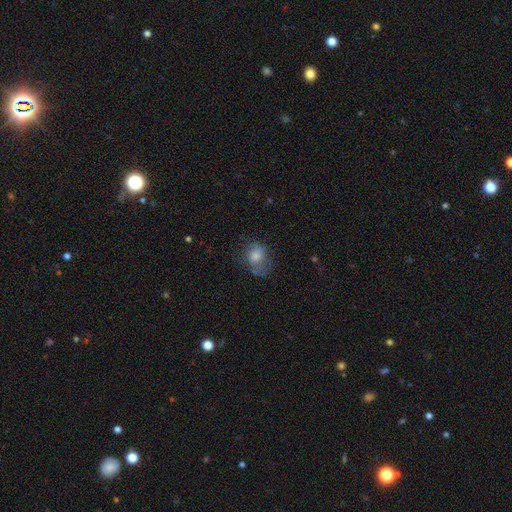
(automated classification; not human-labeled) smooth_or_featured: smooth (p=0.58) [alt: featured or disk p=0.28]
how_rounded: in between (p=0.51) [alt: round p=0.48]
merging: none (p=0.54) [alt: minor disturbance p=0.26]